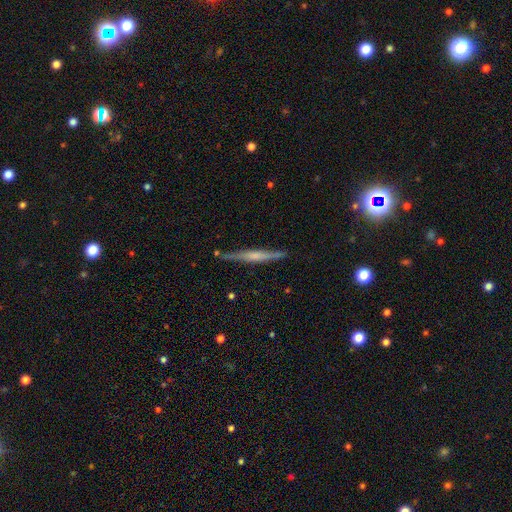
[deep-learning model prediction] This appears to be a featured or disk galaxy (63%) viewed edge-on (97%) with a rounded central bulge (45%). Merging: none (84%).